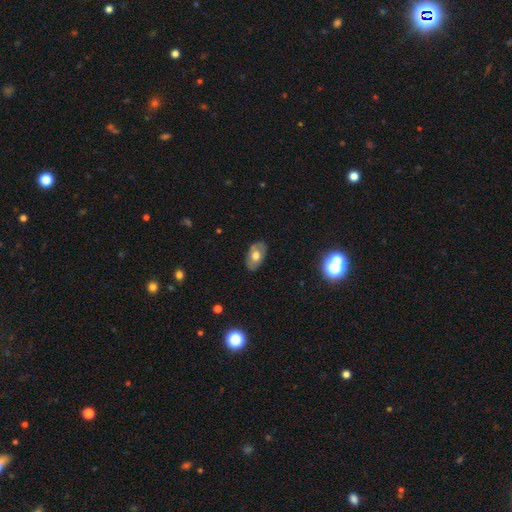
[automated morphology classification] type=smooth (53%); roundness=in between (90%); merging=none (82%).